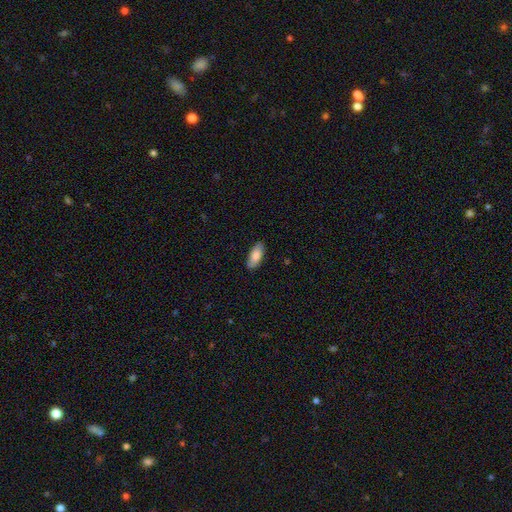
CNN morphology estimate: This is clearly a smooth galaxy (83%). How rounded: clearly in between (85%). Merging: clearly none (87%).